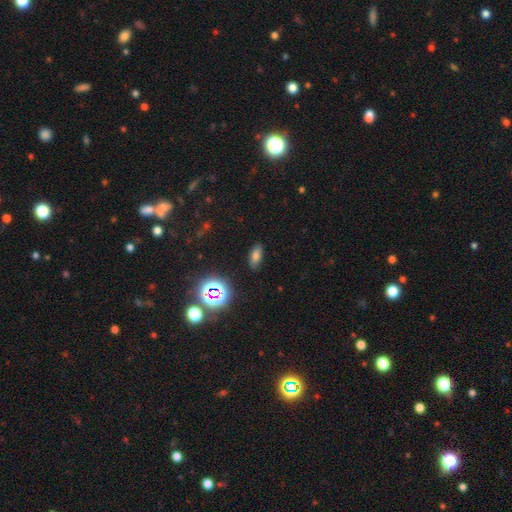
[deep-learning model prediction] Smooth or featured? smooth (71%)
How rounded? in between (82%)
Merging? none (86%)